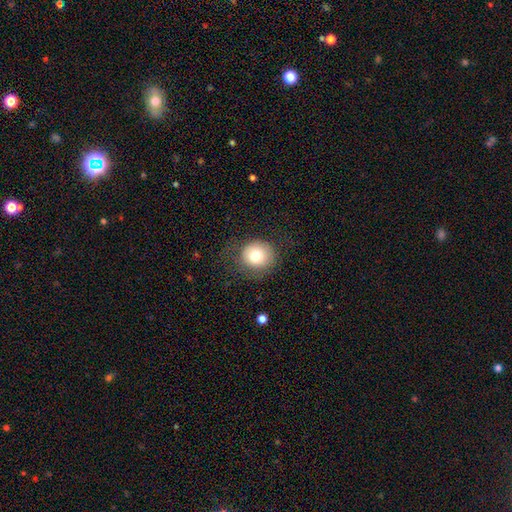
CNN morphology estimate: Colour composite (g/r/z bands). It shows a smooth galaxy with no disk features (76%) that is round (88%). Merging: none (75%).